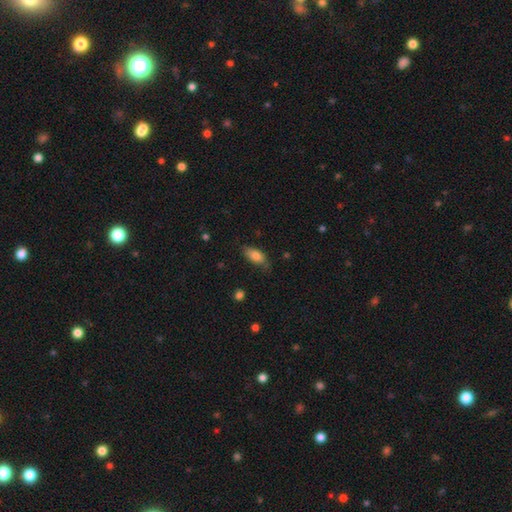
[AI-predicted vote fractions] A smooth galaxy with no disk features (81%) that is in between round and cigar-shaped (87%).

Vote fractions:
- Smooth or featured? smooth: 81% / featured or disk: 12% / star or artifact: 7%
- How rounded? in between: 87% / cigar-shaped: 10% / round: 3%
- Merging? none: 68% / minor disturbance: 25% / major disturbance: 5% / merger: 2%